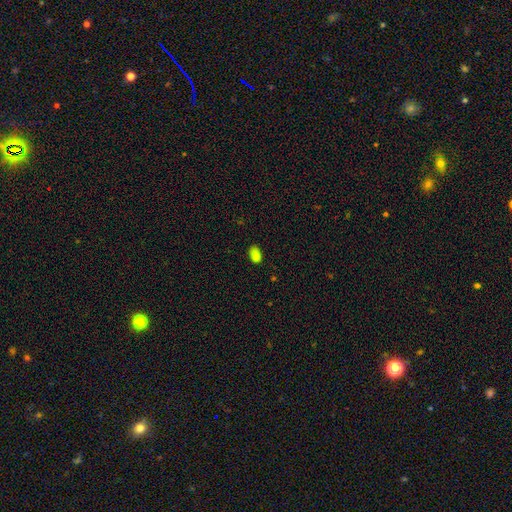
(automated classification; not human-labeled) A smooth galaxy with no disk features (81%) that is in between round and cigar-shaped (90%).

Vote fractions:
- Smooth or featured? smooth: 81% / star or artifact: 15% / featured or disk: 4%
- How rounded? in between: 90% / round: 8% / cigar-shaped: 2%
- Merging? none: 72% / minor disturbance: 22% / major disturbance: 5% / merger: 2%